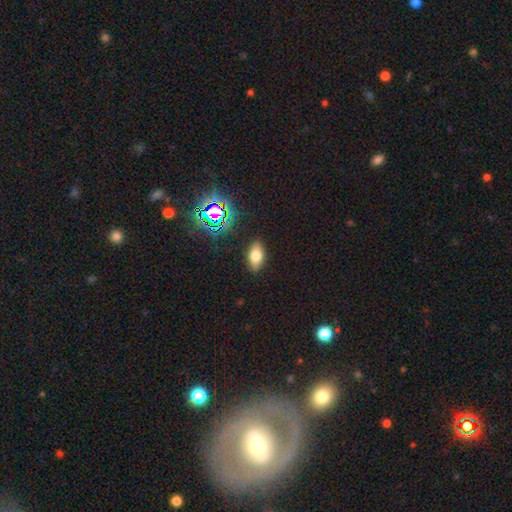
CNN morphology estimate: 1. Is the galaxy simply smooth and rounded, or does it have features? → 69% smooth, 16% star or artifact, 15% featured or disk.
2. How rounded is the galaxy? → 88% in between, 6% round, 6% cigar-shaped.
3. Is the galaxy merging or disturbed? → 87% none, 9% minor disturbance, 2% major disturbance, 1% merger.